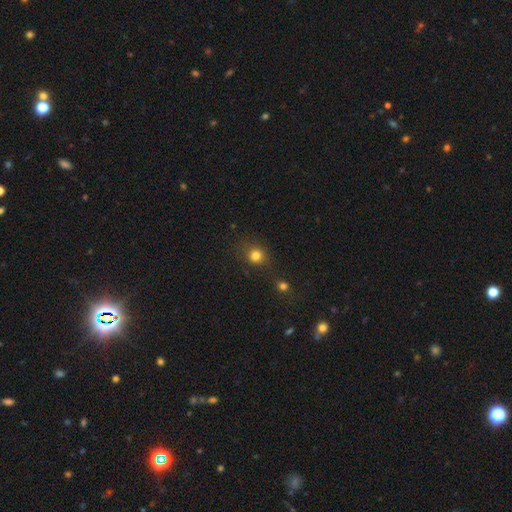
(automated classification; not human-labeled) Smooth or featured? Predicted: smooth (p=0.79). How rounded? Predicted: round (p=0.86). Merging? Predicted: none (p=0.74).